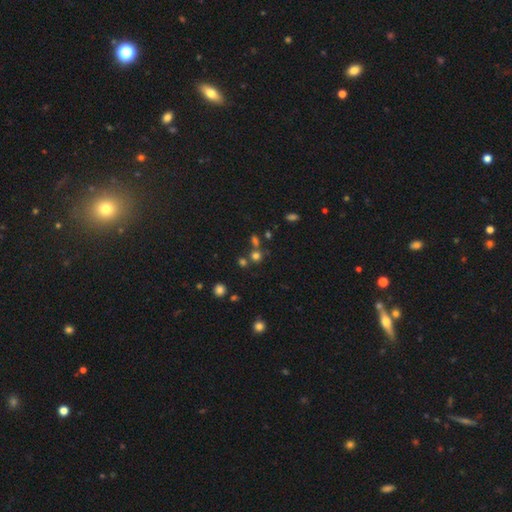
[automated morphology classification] This is likely a smooth galaxy (65%). How rounded: clearly round (86%). Merging: likely none (63%).